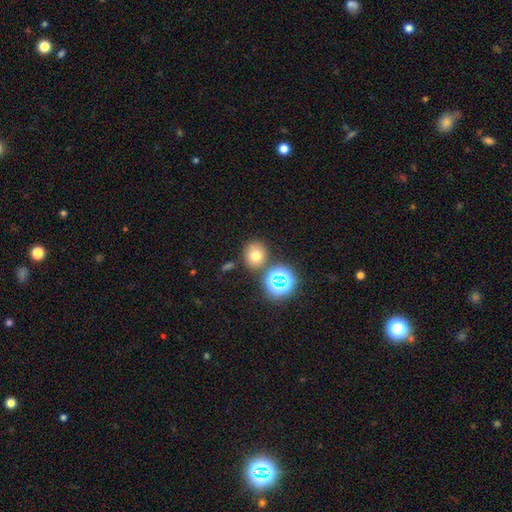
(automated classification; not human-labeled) Smooth or featured? Predicted: smooth (p=0.67). How rounded? Predicted: round (p=0.74). Merging? Predicted: none (p=0.73).